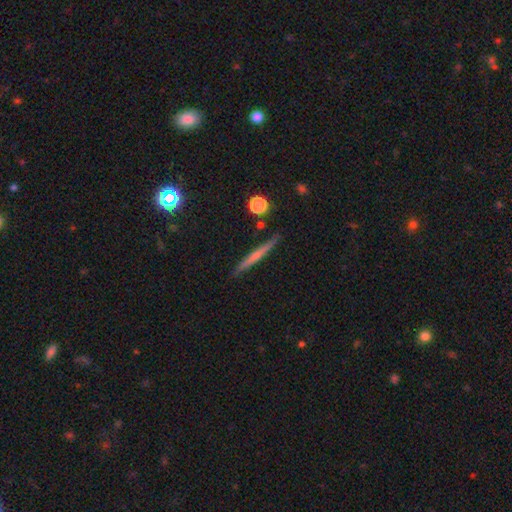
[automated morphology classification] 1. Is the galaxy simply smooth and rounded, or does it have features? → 47% smooth, 46% featured or disk, 7% star or artifact.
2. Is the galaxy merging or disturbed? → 88% none, 8% minor disturbance, 2% merger, 2% major disturbance.